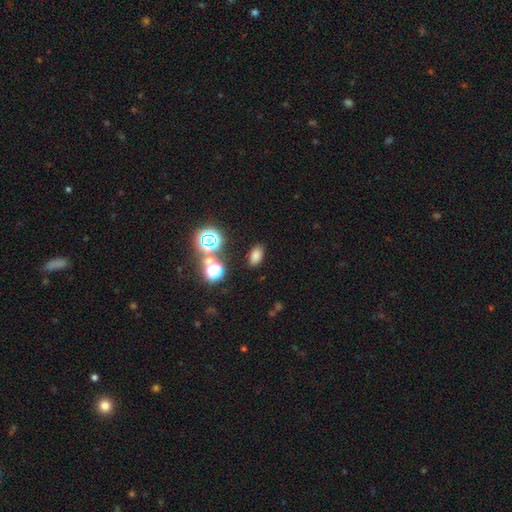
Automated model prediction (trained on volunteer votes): Q: Smooth or featured?
A: smooth (72%); runner-up: star or artifact (21%)
Q: How rounded?
A: in between (86%); runner-up: round (12%)
Q: Merging?
A: none (85%); runner-up: minor disturbance (9%)